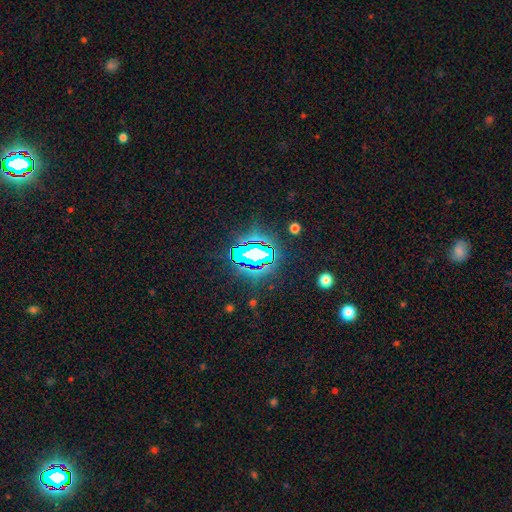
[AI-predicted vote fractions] star or artifact 71%, smooth 15%, featured or disk 13%.